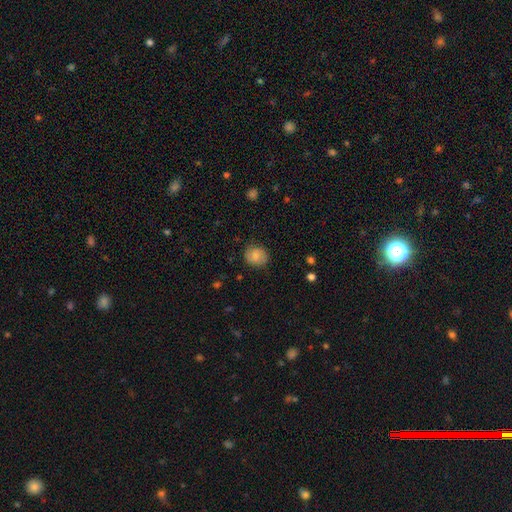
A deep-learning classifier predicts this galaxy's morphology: This appears to be a smooth galaxy with no disk features (82%) that is round (75%). Merging: none (81%).